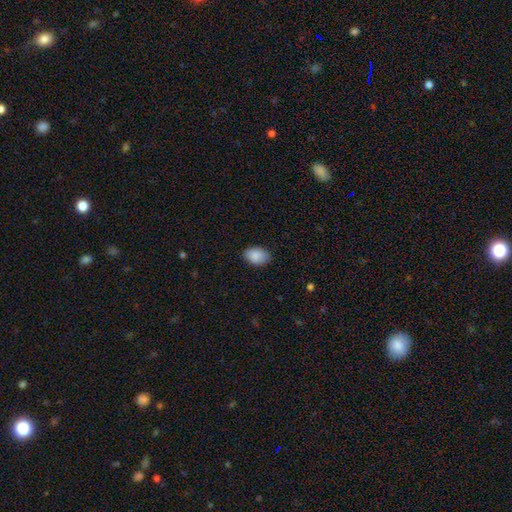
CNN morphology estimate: Smooth or featured? smooth (90%)
How rounded? in between (83%)
Merging? none (84%)